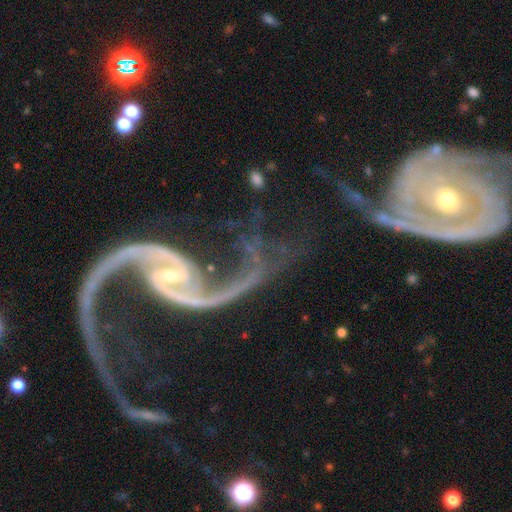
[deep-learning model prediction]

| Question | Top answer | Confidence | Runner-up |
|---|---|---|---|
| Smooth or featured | featured or disk | 91% | star or artifact (5%) |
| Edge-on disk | no | 97% | yes (3%) |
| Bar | weak | 41% | no (31%) |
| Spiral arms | yes | 98% | no (2%) |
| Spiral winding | loose | 77% | medium (18%) |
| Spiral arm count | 2 | 93% | can't tell (2%) |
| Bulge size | small | 73% | moderate (16%) |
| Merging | none | 42% | major disturbance (24%) |